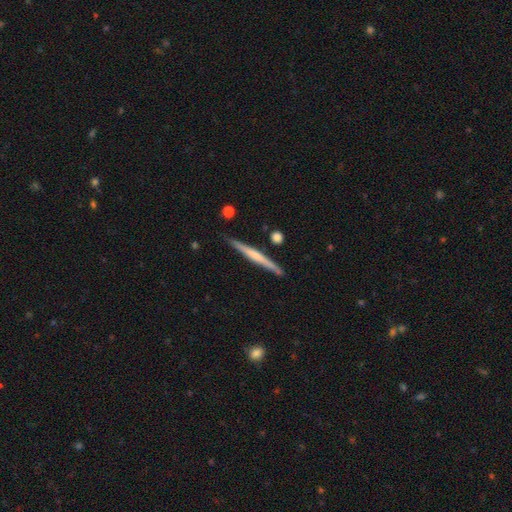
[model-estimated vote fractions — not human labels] A featured or disk galaxy (55%) viewed edge-on (97%) with no central bulge (59%).

Vote fractions:
- Smooth or featured? featured or disk: 55% / smooth: 39% / star or artifact: 5%
- Edge-on disk? yes: 97% / no: 3%
- Edge-on bulge? none: 59% / rounded: 29% / boxy: 12%
- Merging? none: 88% / minor disturbance: 8% / merger: 2% / major disturbance: 2%